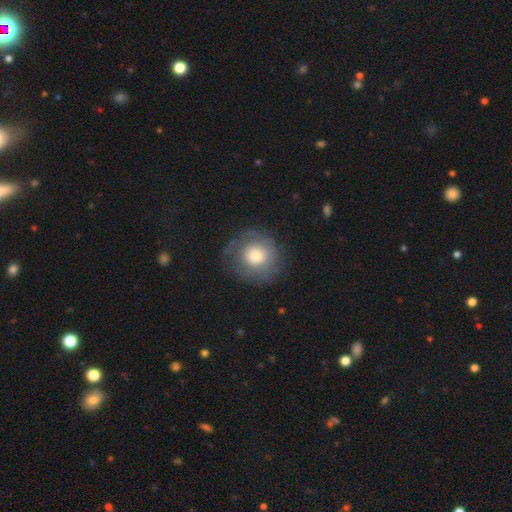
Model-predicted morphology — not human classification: smooth_or_featured: smooth (p=0.54) [alt: featured or disk p=0.37]
how_rounded: round (p=0.87) [alt: in between p=0.12]
merging: none (p=0.71) [alt: minor disturbance p=0.17]